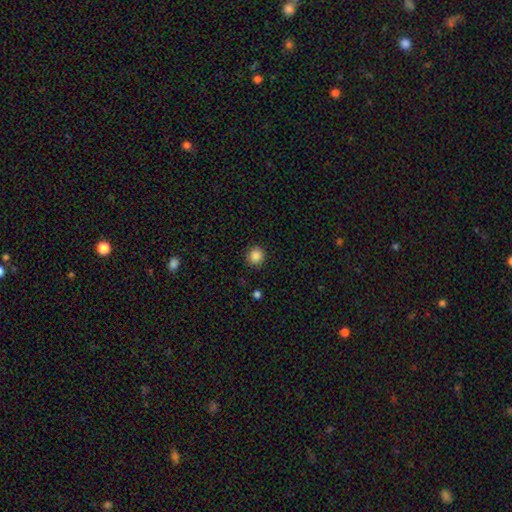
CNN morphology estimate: This is clearly a smooth galaxy (86%). How rounded: clearly round (91%). Merging: clearly none (90%).